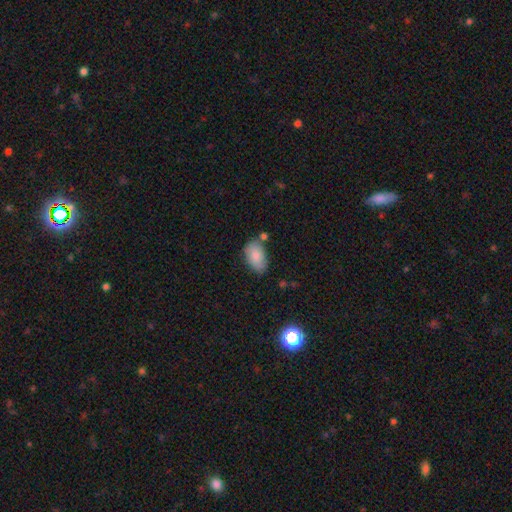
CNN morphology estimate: smooth 84%, featured or disk 9%, star or artifact 7%. Down the decision tree: how rounded — in between (93%); merging — none (64%).